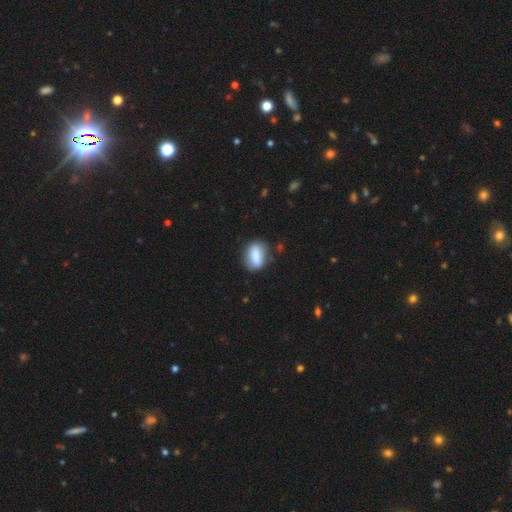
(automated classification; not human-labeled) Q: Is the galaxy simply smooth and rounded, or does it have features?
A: smooth — 73%.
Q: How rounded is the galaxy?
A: in between — 74%.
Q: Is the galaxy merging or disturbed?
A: none — 78%.